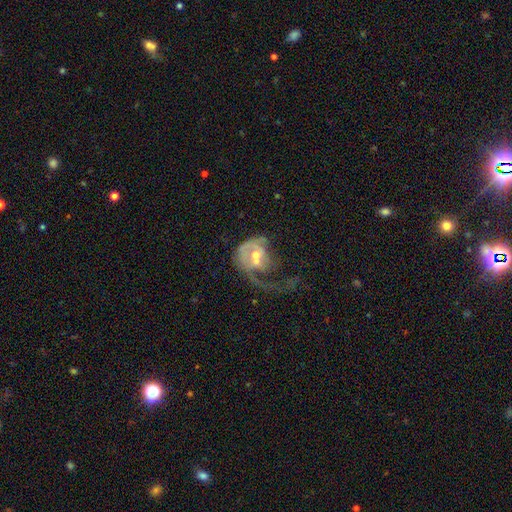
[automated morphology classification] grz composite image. It shows a featured or disk galaxy (66%) with no bar (61%), spiral arms (60%) and a moderate central bulge (59%). Merging: major disturbance (46%).